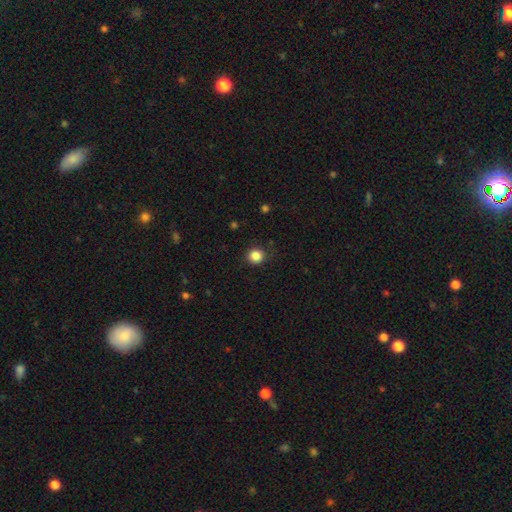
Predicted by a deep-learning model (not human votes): This is clearly a smooth galaxy (85%). How rounded: clearly round (91%). Merging: clearly none (87%).